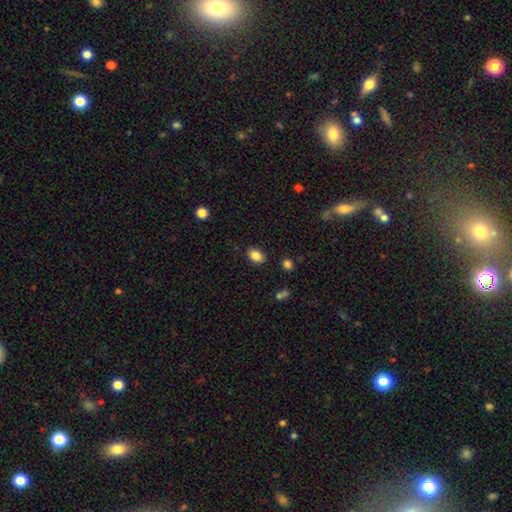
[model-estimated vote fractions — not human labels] Morphology: type=smooth (86%); roundness=in between (82%); merging=none (86%).